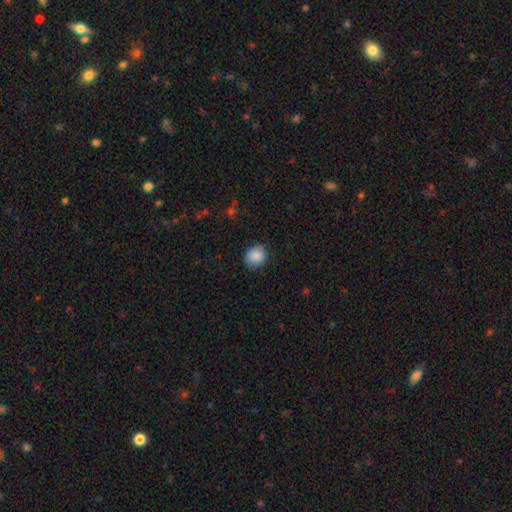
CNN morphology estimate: The model was most divided on "how rounded": round: 67%, in between: 32%, cigar-shaped: 1%. More confident: smooth or featured — smooth (87%); merging — none (83%).